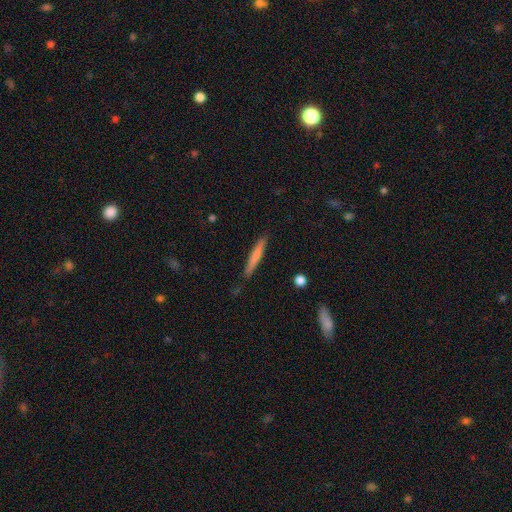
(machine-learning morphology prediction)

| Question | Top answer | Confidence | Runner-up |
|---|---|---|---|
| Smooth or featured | smooth | 68% | featured or disk (26%) |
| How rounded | cigar-shaped | 95% | in between (4%) |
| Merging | none | 85% | minor disturbance (11%) |